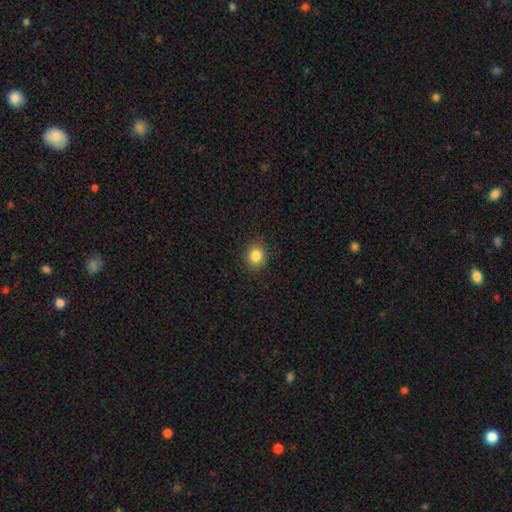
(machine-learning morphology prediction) This appears to be a smooth galaxy with no disk features (84%) that is round (72%). Merging: none (89%).